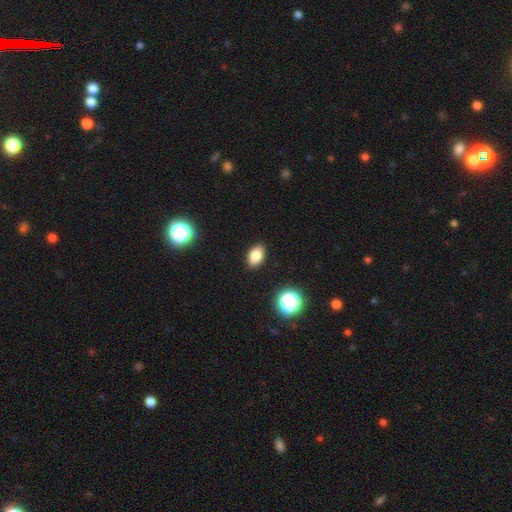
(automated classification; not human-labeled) Morphology: type=smooth (81%); roundness=in between (87%); merging=none (89%).